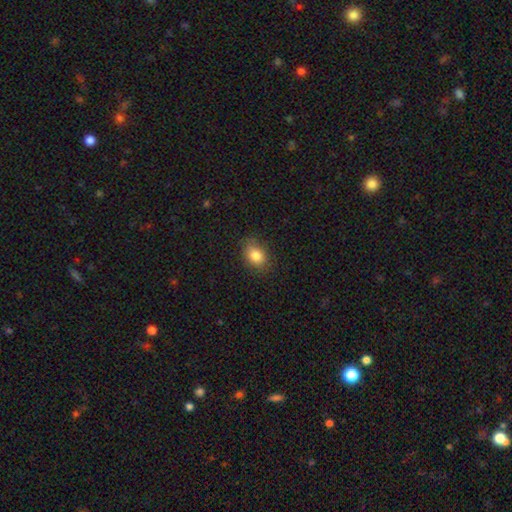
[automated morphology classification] This appears to be a smooth galaxy with no disk features (84%) that is in between round and cigar-shaped (71%). Merging: none (83%).